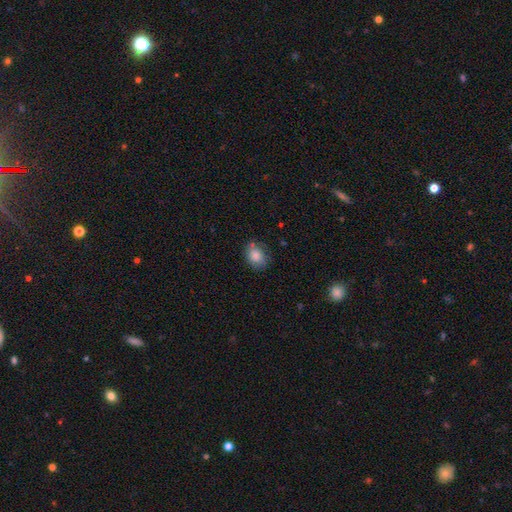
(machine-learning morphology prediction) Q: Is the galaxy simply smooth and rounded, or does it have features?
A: smooth — 83%.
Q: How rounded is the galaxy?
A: in between — 60%.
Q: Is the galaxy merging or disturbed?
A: none — 70%.